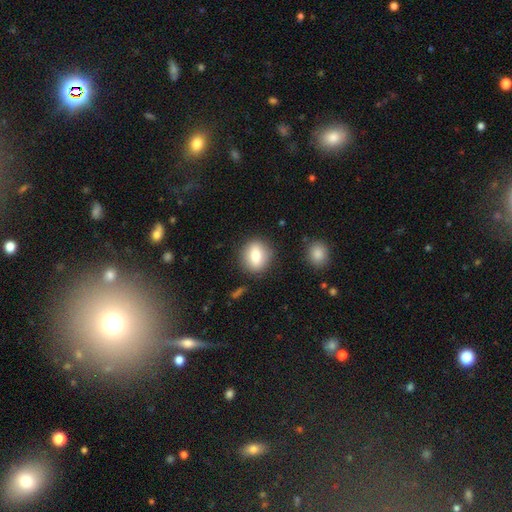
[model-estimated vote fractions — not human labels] Smooth or featured? smooth (80%)
How rounded? round (59%)
Merging? none (85%)